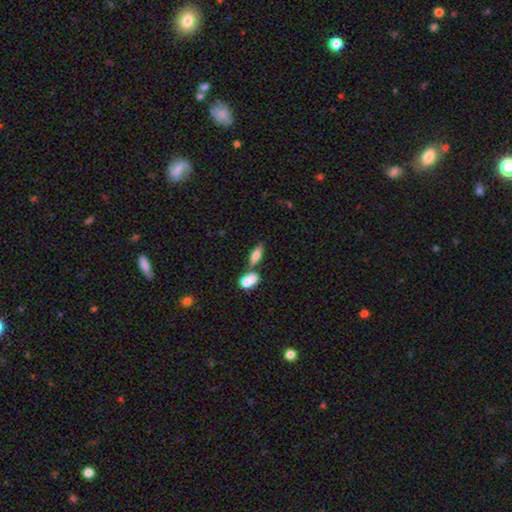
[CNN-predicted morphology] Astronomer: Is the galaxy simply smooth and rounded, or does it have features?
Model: smooth — 68%.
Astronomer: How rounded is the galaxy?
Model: in between — 70%.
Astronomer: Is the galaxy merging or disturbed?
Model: none — 47% (runner-up: merger, 36%).